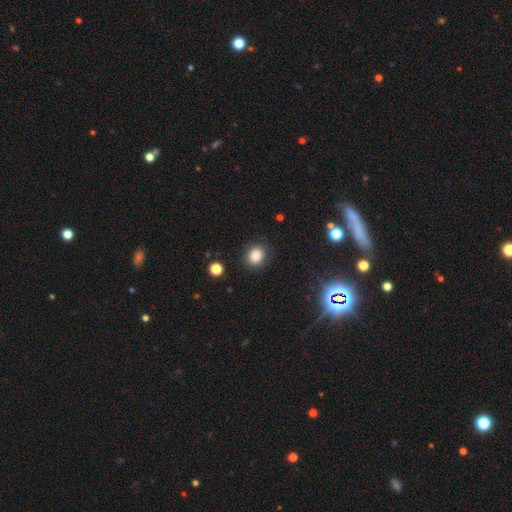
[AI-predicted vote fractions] Smooth or featured? Predicted: smooth (p=0.85). How rounded? Predicted: round (p=0.73). Merging? Predicted: none (p=0.87).